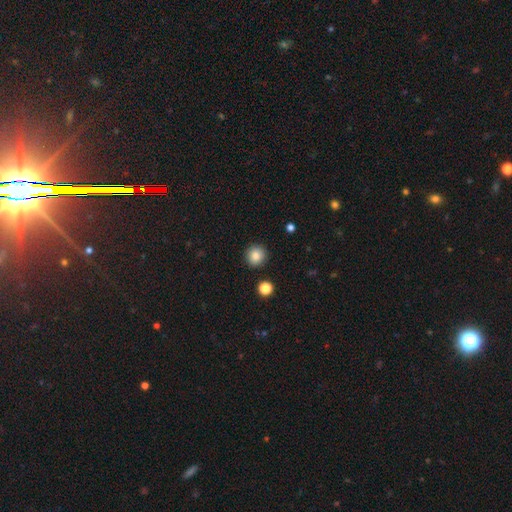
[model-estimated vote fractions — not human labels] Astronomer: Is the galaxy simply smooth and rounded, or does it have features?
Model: smooth — 85%.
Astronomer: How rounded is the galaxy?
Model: round — 92%.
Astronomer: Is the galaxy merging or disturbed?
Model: none — 91%.